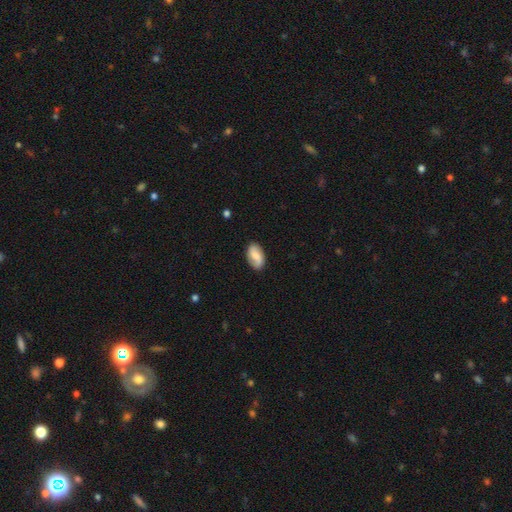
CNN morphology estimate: smooth 58%, featured or disk 35%, star or artifact 7%. Down the decision tree: how rounded — in between (93%); merging — none (82%).